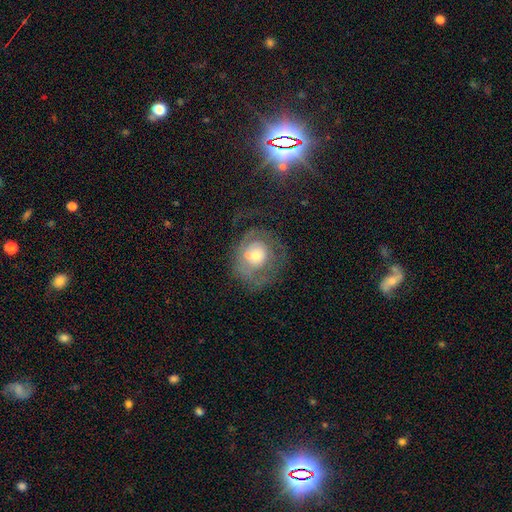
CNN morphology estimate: This is possibly a featured or disk galaxy (57%). It is clearly not viewed edge-on (96%). Bar: clearly no (84%). Spiral arm pattern: possibly yes (55%). Central bulge: possibly moderate (50%). Merging: marginally none (41%).